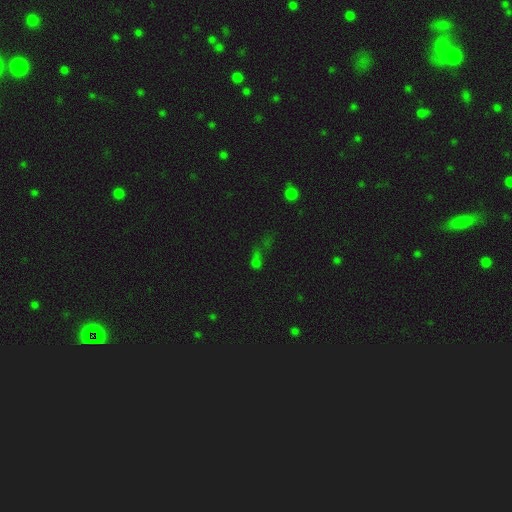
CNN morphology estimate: Smooth or featured? star or artifact (54%)